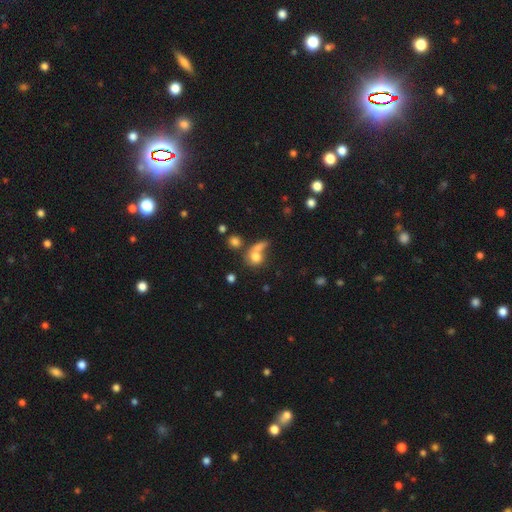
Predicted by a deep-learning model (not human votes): Q: Smooth or featured?
A: smooth (73%); runner-up: featured or disk (16%)
Q: How rounded?
A: round (66%); runner-up: in between (32%)
Q: Merging?
A: merger (45%); runner-up: none (32%)